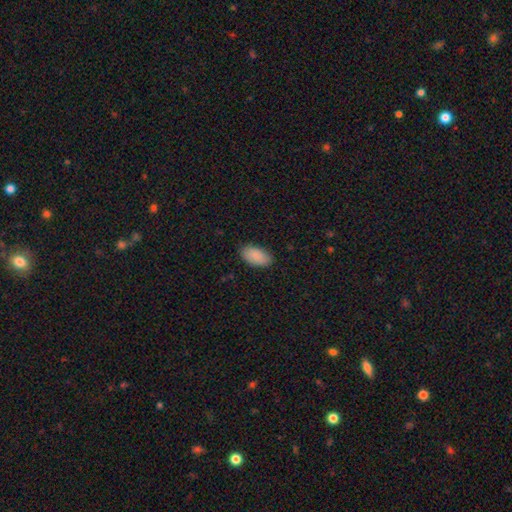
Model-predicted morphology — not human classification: smooth 90%, star or artifact 6%, featured or disk 4%. Down the decision tree: how rounded — in between (95%); merging — none (86%).